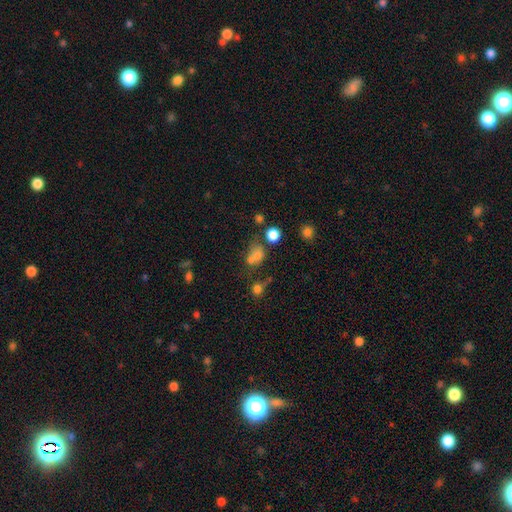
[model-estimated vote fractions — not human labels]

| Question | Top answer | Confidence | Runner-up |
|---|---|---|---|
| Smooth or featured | smooth | 69% | star or artifact (18%) |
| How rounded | round | 54% | in between (44%) |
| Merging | none | 39% | merger (37%) |